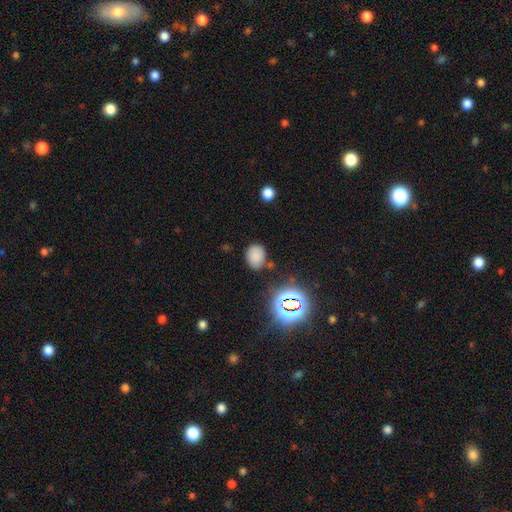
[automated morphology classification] Smooth or featured?
  - smooth: 77% *
  - star or artifact: 17%
  - featured or disk: 6%
How rounded?
  - in between: 55% *
  - round: 44%
  - cigar-shaped: 1%
Merging?
  - none: 77% *
  - minor disturbance: 15%
  - major disturbance: 4%
  - merger: 4%